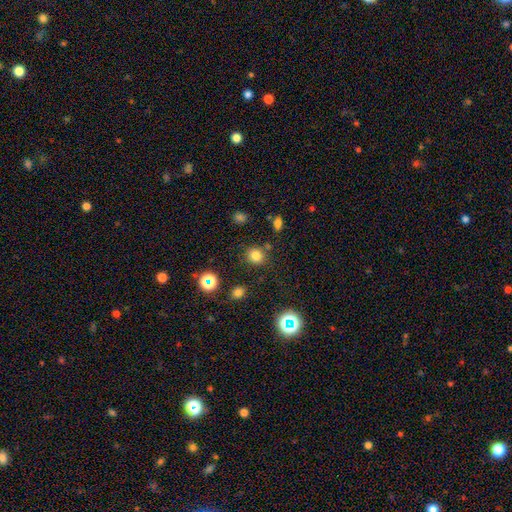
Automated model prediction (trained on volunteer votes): This appears to be a smooth galaxy with no disk features (77%) that is round (85%). Merging: none (81%).